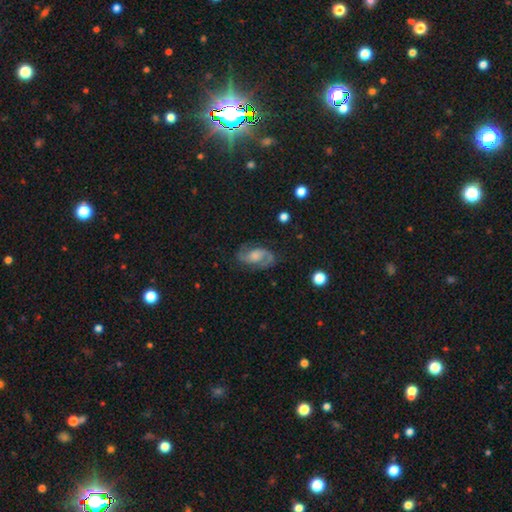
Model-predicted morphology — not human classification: type=featured or disk (86%); edge-on=no (98%); bar=no (53%); spiral arms=yes (97%); winding=medium (56%); arm count=2 (93%); bulge=moderate (31%); merging=none (77%).